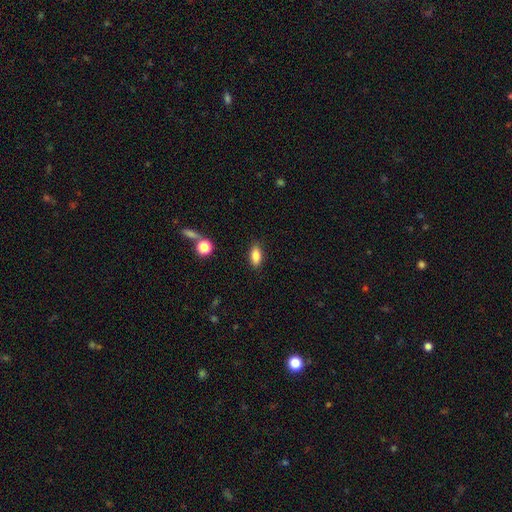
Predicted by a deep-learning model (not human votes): This is clearly a smooth galaxy (84%). How rounded: clearly in between (85%). Merging: clearly none (86%).